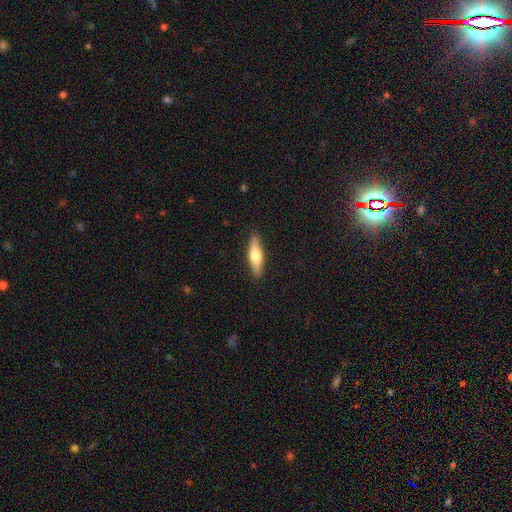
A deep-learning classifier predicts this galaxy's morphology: smooth 54%, featured or disk 40%, star or artifact 5%. Down the decision tree: how rounded — cigar-shaped (69%); merging — none (89%).